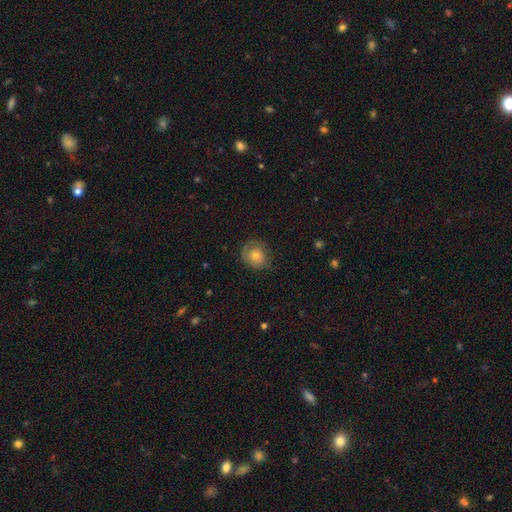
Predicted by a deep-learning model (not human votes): Q: Smooth or featured?
A: smooth (49%); runner-up: featured or disk (42%)
Q: Merging?
A: none (70%); runner-up: minor disturbance (20%)